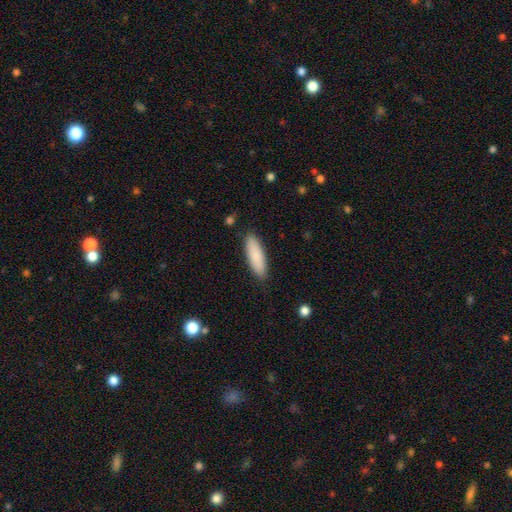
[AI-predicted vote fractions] Smooth or featured? smooth (87%)
How rounded? in between (54%)
Merging? none (88%)